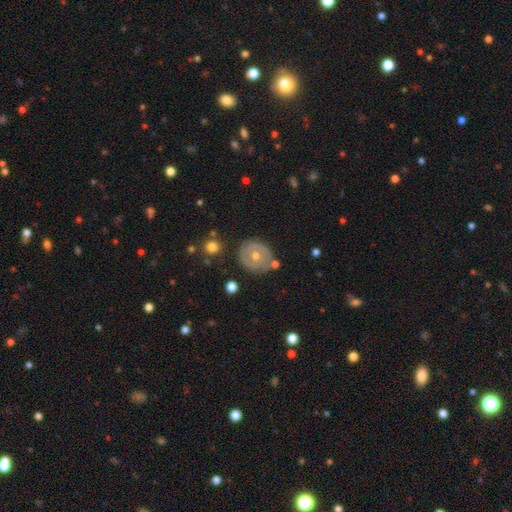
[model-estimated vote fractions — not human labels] Overall: featured or disk (62%; smooth 30%). Edge-on disk: no (96%). Bar: no (81%). Spiral arms: no (56%; yes 44%). Bulge size: moderate (65%; small 31%). Merging: none (79%).